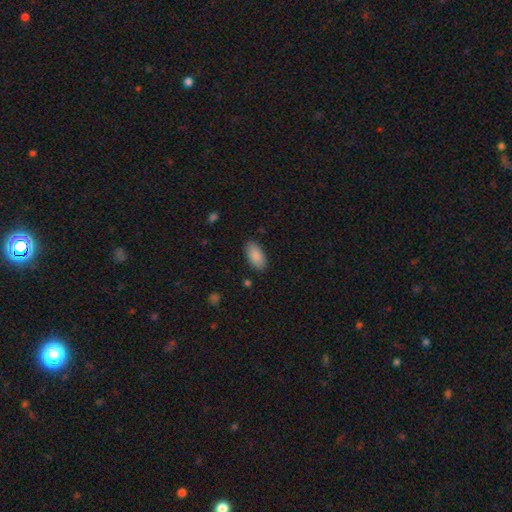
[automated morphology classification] A smooth galaxy with no disk features (88%) that is in between round and cigar-shaped (93%). Merging: none (87%).